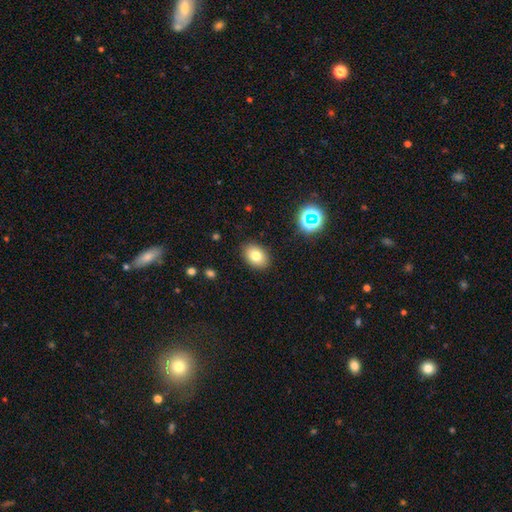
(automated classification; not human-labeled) Smooth or featured? Predicted: smooth (p=0.78). How rounded? Predicted: in between (p=0.79). Merging? Predicted: none (p=0.88).